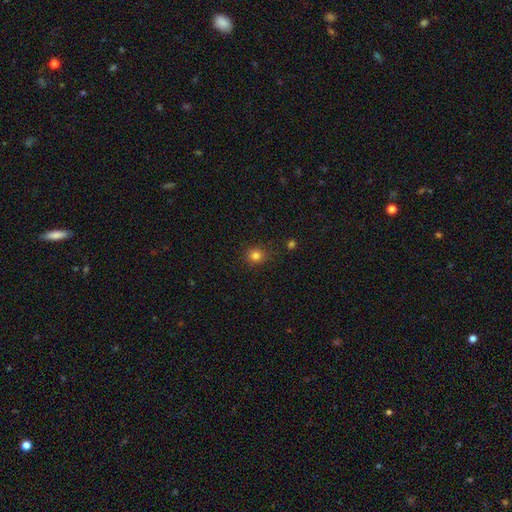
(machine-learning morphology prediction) smooth_or_featured: smooth (p=0.81) [alt: star or artifact p=0.13]
how_rounded: round (p=0.84) [alt: in between p=0.15]
merging: none (p=0.87) [alt: minor disturbance p=0.09]